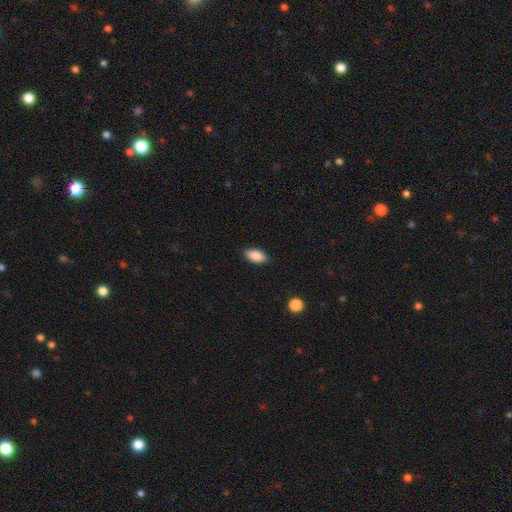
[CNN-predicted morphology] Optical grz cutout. It shows a smooth galaxy with no disk features (89%) that is in between round and cigar-shaped (92%). Merging: none (87%).